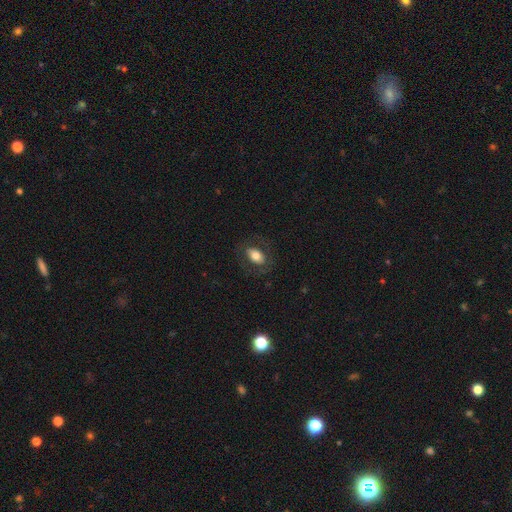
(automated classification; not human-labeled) Overall: smooth (70%). How rounded: in between (86%). Merging: none (79%).